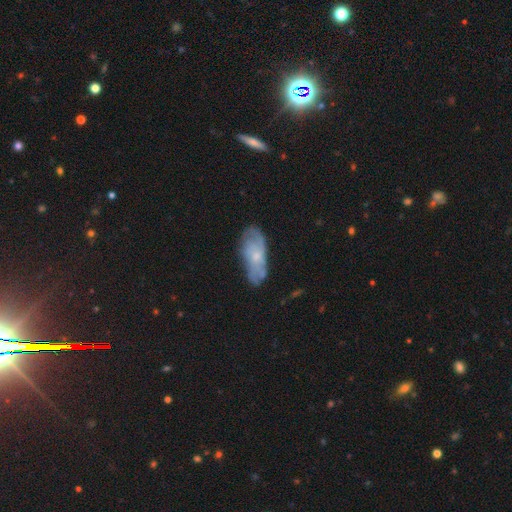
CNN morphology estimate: Overall: featured or disk (51%; smooth 42%). Edge-on disk: no (88%). Merging: none (61%; minor disturbance 27%).